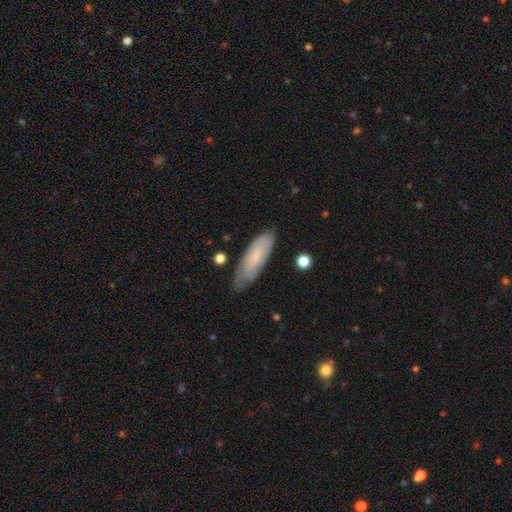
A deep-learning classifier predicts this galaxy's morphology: Smooth or featured: smooth — 66% (featured or disk — 26%)
How rounded: in between — 55% (cigar-shaped — 43%)
Merging: none — 75% (minor disturbance — 19%)